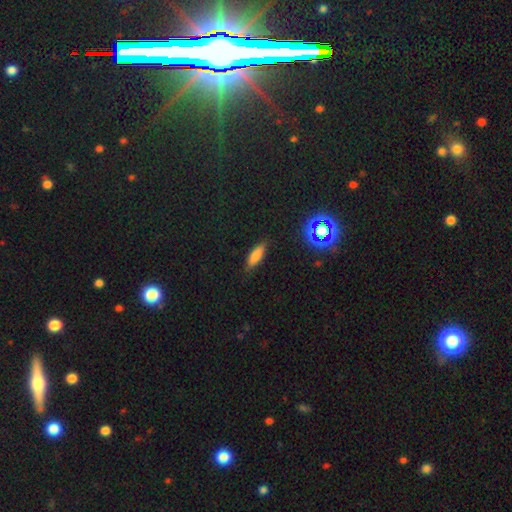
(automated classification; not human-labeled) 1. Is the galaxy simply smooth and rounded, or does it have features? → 75% smooth, 13% star or artifact, 12% featured or disk.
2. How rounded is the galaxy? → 59% in between, 38% cigar-shaped, 3% round.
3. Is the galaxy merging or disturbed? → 83% none, 13% minor disturbance, 3% major disturbance, 1% merger.